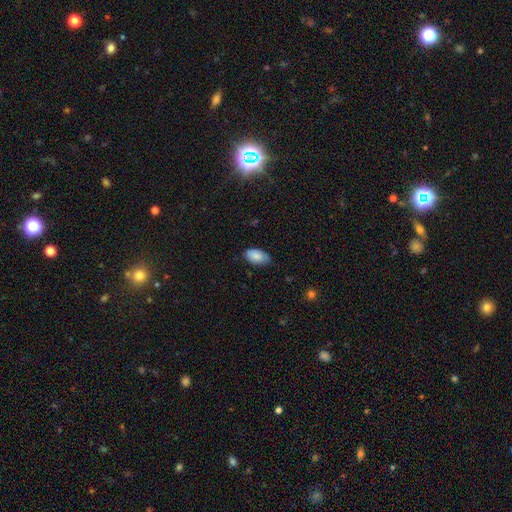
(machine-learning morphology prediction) smooth 85%, featured or disk 8%, star or artifact 7%. Down the decision tree: how rounded — in between (94%); merging — none (65%).